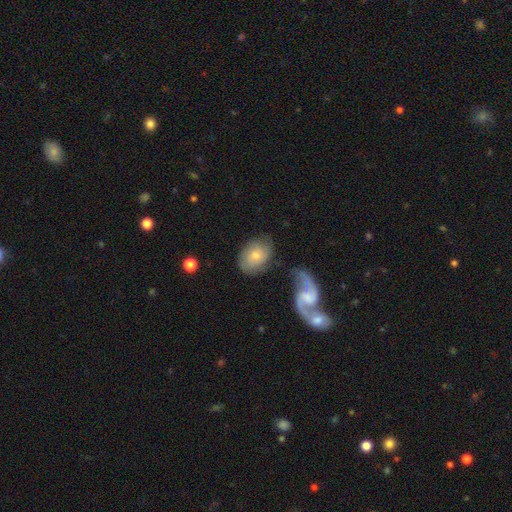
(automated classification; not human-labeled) Overall: smooth (60%; featured or disk 33%). How rounded: in between (75%). Merging: none (64%).